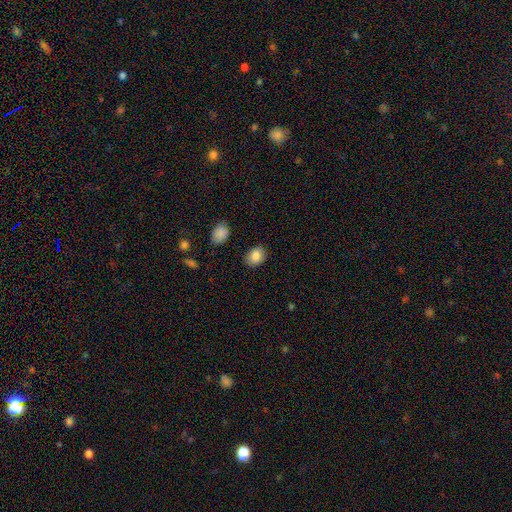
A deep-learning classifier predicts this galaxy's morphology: Smooth or featured? Predicted: smooth (p=0.86). How rounded? Predicted: in between (p=0.70). Merging? Predicted: none (p=0.86).